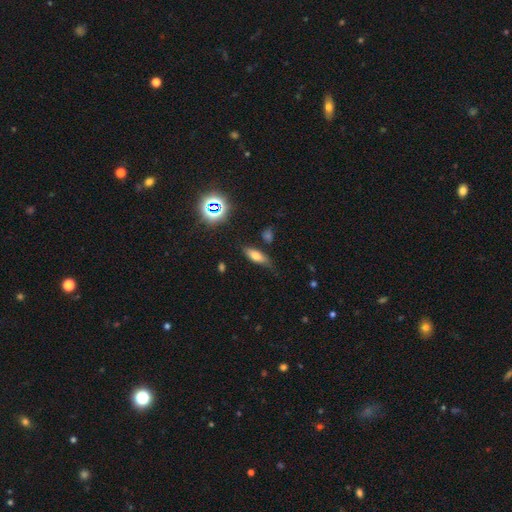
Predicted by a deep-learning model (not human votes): Smooth or featured? Predicted: smooth (p=0.66). How rounded? Predicted: in between (p=0.65). Merging? Predicted: none (p=0.66).